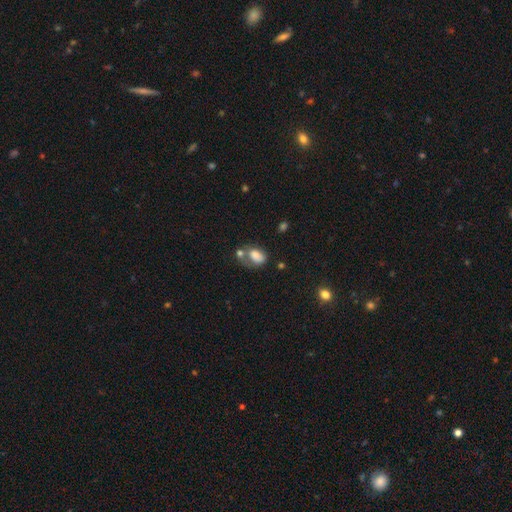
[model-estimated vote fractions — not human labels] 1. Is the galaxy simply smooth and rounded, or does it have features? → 74% smooth, 16% featured or disk, 10% star or artifact.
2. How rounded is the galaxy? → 81% in between, 17% round, 2% cigar-shaped.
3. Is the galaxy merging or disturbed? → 34% merger, 30% none, 19% minor disturbance, 17% major disturbance.